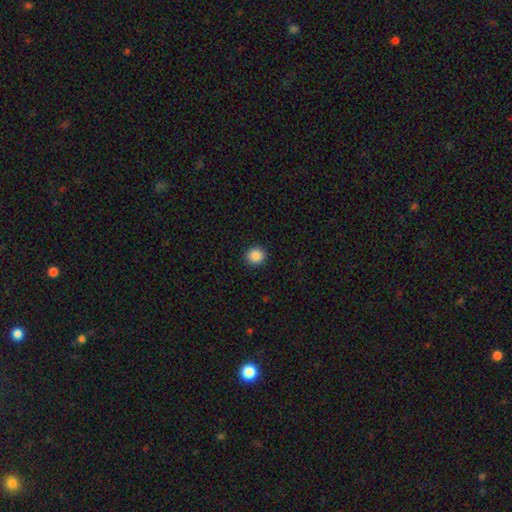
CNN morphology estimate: smooth_or_featured: smooth (p=0.87) [alt: star or artifact p=0.10]
how_rounded: round (p=0.88) [alt: in between p=0.11]
merging: none (p=0.92) [alt: minor disturbance p=0.05]